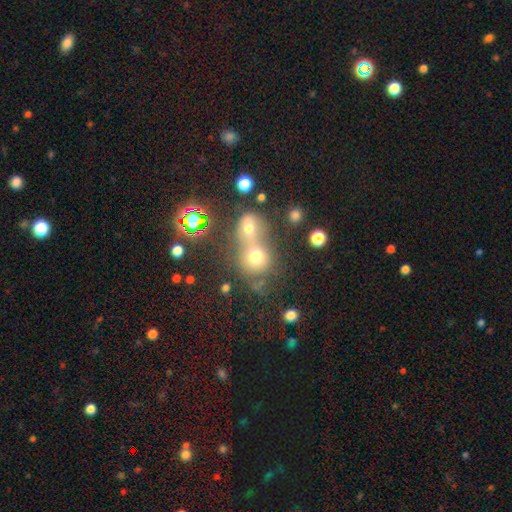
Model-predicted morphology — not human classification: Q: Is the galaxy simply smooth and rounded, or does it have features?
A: smooth — 62%.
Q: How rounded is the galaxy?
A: round — 76%.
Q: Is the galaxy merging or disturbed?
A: merger — 58%.